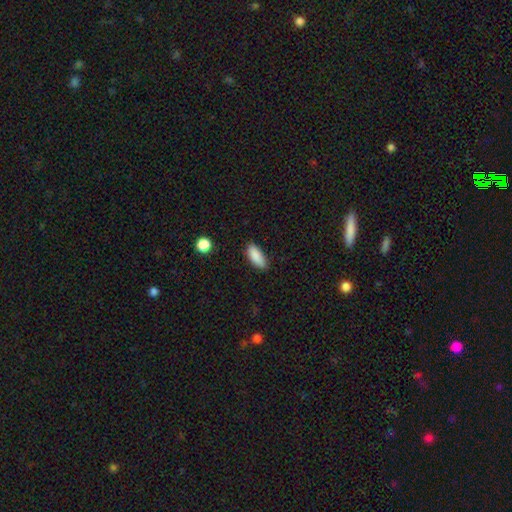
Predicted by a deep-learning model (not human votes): This appears to be a smooth galaxy with no disk features (88%) that is in between round and cigar-shaped (82%). Merging: none (82%).